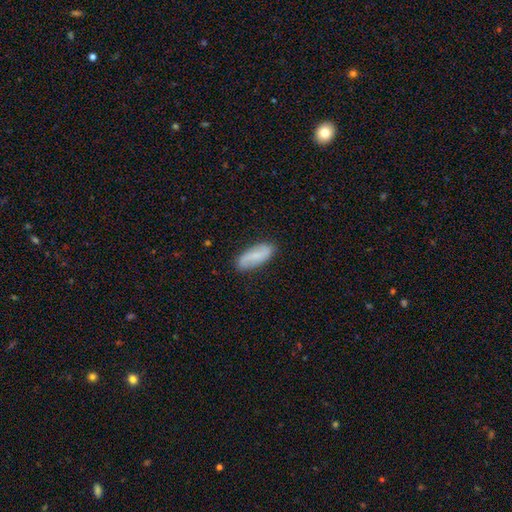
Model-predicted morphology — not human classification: smooth-or-featured: smooth: 57% | featured or disk: 36% | star or artifact: 7%
  how-rounded: in between: 75% | cigar-shaped: 22% | round: 3%
  merging: none: 84% | minor disturbance: 12% | major disturbance: 2% | merger: 1%